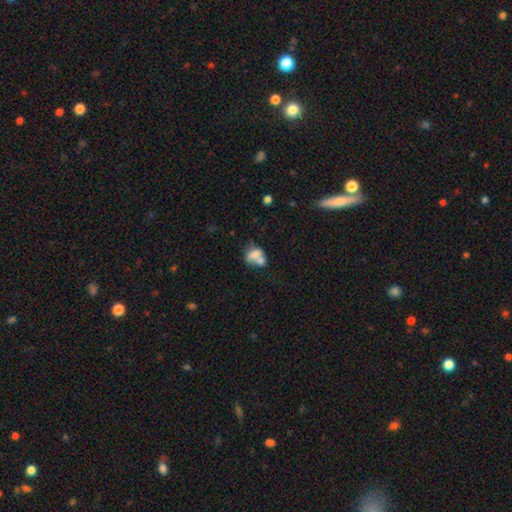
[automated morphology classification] A smooth galaxy with no disk features (65%) that is in between round and cigar-shaped (65%). Merging: merger (55%).